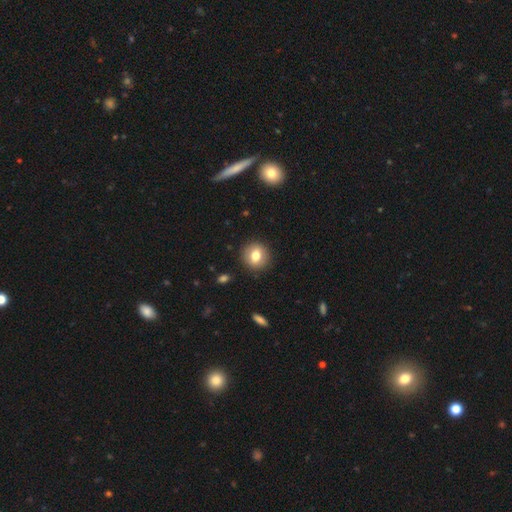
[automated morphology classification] Smooth or featured? smooth (74%)
How rounded? round (80%)
Merging? none (90%)